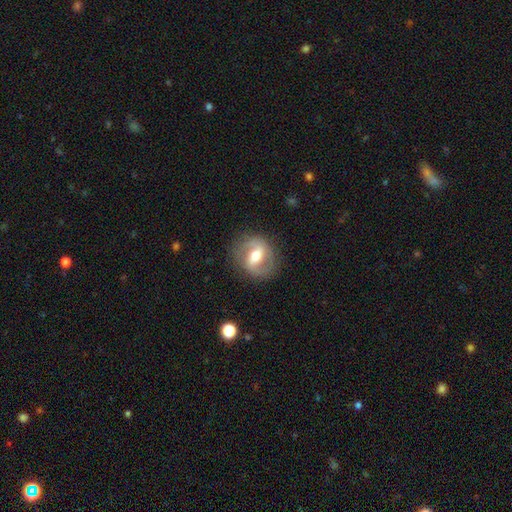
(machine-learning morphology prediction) Smooth or featured?
  - featured or disk: 71% *
  - smooth: 22%
  - star or artifact: 7%
Edge-on disk?
  - no: 95% *
  - yes: 5%
Bar?
  - weak: 43% *
  - strong: 40%
  - no: 16%
Spiral arms?
  - yes: 78% *
  - no: 22%
Spiral winding?
  - medium: 47% *
  - loose: 32%
  - tight: 21%
Spiral arm count?
  - 2: 86% *
  - can't tell: 7%
  - 1: 4%
  - 3: 1%
  - 4: 1%
  - more than 4: 1%
Bulge size?
  - moderate: 69% *
  - small: 19%
  - large: 9%
  - dominant: 1%
  - none: 1%
Merging?
  - none: 81% *
  - minor disturbance: 12%
  - major disturbance: 6%
  - merger: 1%